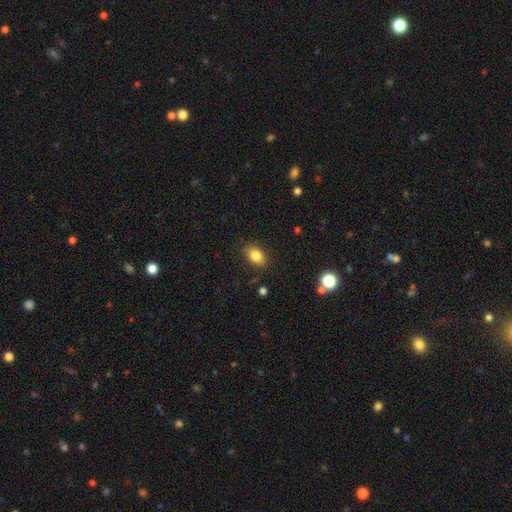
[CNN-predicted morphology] A smooth galaxy with no disk features (83%) that is in between round and cigar-shaped (77%).

Vote fractions:
- Smooth or featured? smooth: 83% / star or artifact: 10% / featured or disk: 7%
- How rounded? in between: 77% / round: 21% / cigar-shaped: 2%
- Merging? none: 85% / minor disturbance: 11% / major disturbance: 3% / merger: 1%